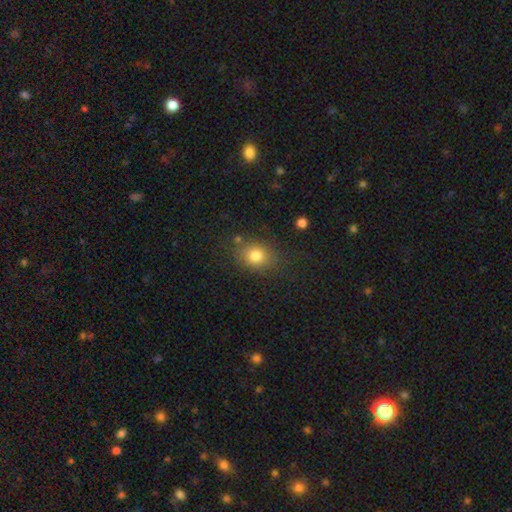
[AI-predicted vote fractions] Smooth or featured: smooth — 79% (star or artifact — 12%)
How rounded: round — 56% (in between — 43%)
Merging: none — 76% (minor disturbance — 15%)